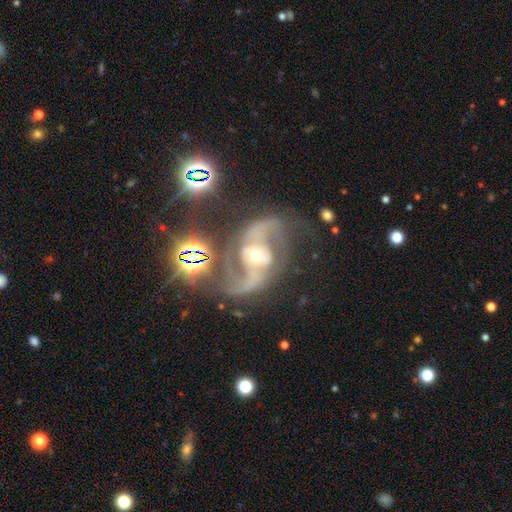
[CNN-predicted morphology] Smooth or featured: featured or disk — 87% (star or artifact — 10%)
Edge-on disk: no — 97% (yes — 3%)
Bar: weak — 35% (strong — 34%)
Spiral arms: yes — 97% (no — 3%)
Spiral winding: medium — 52% (loose — 35%)
Spiral arm count: 2 — 90% (can't tell — 3%)
Bulge size: small — 49% (moderate — 47%)
Merging: none — 61% (minor disturbance — 17%)